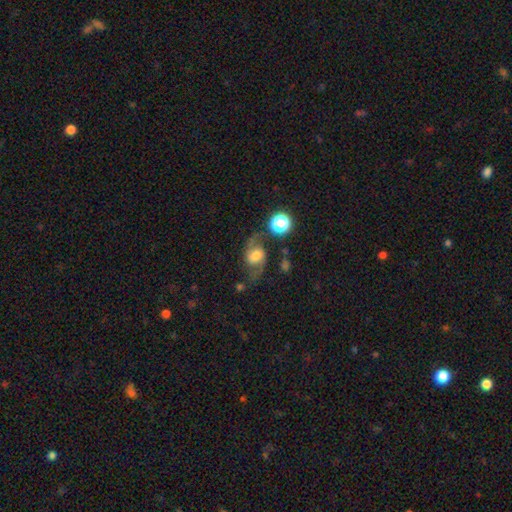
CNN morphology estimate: A featured or disk galaxy (61%) with no bar (53%), 2 (91%) loose (62%) spiral arms (88%) and a moderate central bulge (47%). Merging: none (62%).